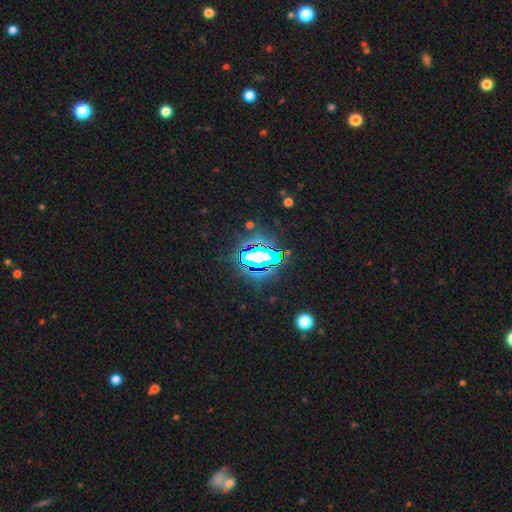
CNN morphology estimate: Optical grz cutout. It shows a star or artifact, not a galaxy (73%).